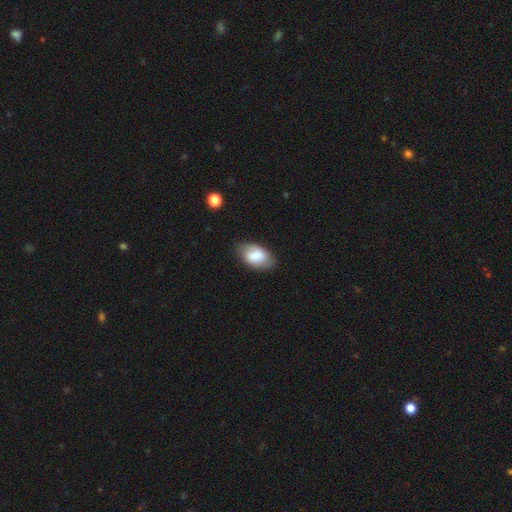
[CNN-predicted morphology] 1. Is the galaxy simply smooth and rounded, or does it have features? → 68% smooth, 25% featured or disk, 7% star or artifact.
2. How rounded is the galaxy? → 92% in between, 6% round, 2% cigar-shaped.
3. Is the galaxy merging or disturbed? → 72% none, 21% minor disturbance, 5% major disturbance, 2% merger.